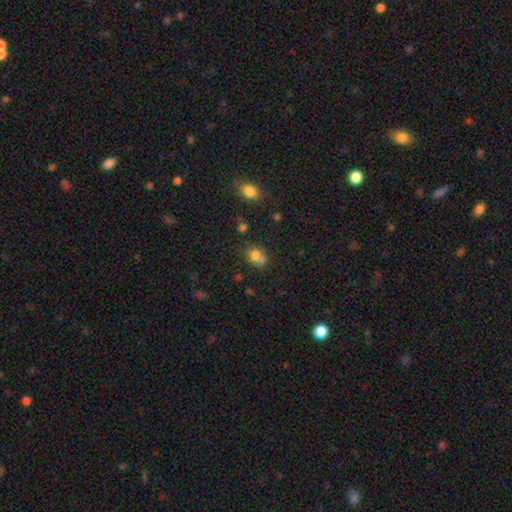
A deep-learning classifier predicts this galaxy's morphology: Q: Smooth or featured?
A: smooth (75%); runner-up: star or artifact (13%)
Q: How rounded?
A: round (62%); runner-up: in between (37%)
Q: Merging?
A: none (44%); runner-up: merger (31%)